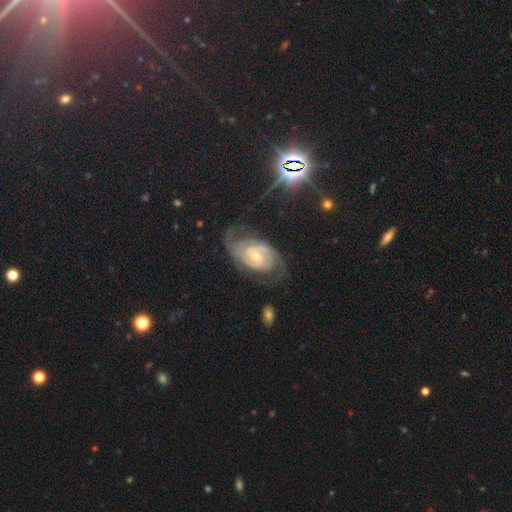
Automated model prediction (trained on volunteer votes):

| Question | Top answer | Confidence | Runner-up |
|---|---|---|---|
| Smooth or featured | featured or disk | 88% | smooth (6%) |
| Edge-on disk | no | 97% | yes (3%) |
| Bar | no | 53% | weak (37%) |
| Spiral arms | yes | 96% | no (4%) |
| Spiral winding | tight | 51% | medium (38%) |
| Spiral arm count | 2 | 66% | can't tell (14%) |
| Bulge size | moderate | 53% | small (43%) |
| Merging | none | 62% | minor disturbance (21%) |